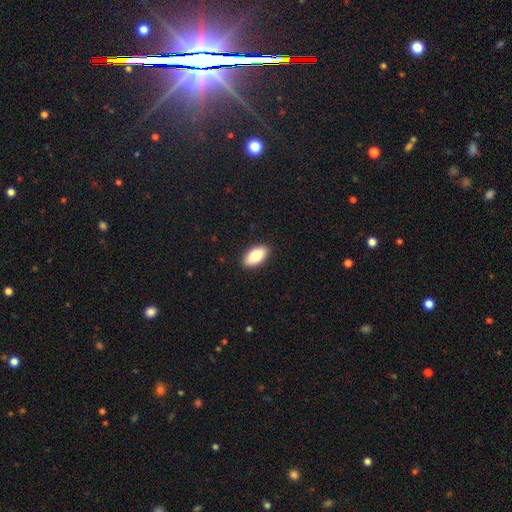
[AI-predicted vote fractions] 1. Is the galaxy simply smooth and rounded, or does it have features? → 84% smooth, 10% featured or disk, 6% star or artifact.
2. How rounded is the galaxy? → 94% in between, 3% round, 3% cigar-shaped.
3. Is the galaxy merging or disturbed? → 91% none, 7% minor disturbance, 2% major disturbance, 1% merger.